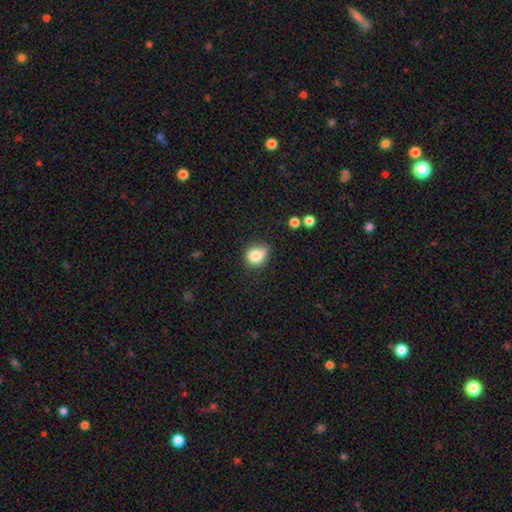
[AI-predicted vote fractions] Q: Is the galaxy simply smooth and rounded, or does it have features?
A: smooth — 81%.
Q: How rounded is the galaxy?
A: round — 70%.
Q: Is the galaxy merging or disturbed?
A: none — 60%.